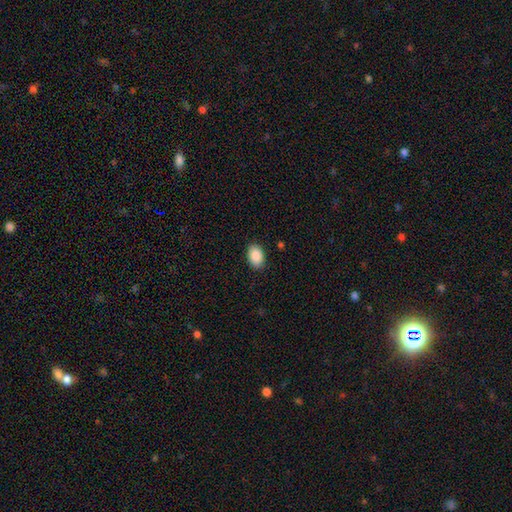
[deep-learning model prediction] Smooth or featured? smooth (89%)
How rounded? in between (88%)
Merging? none (89%)